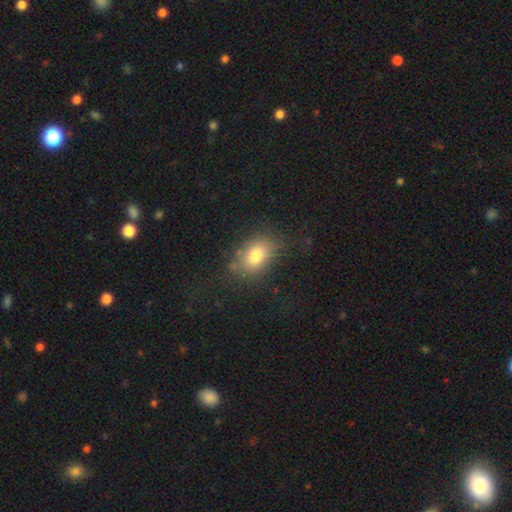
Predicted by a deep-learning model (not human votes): Smooth or featured?
  - smooth: 78% *
  - featured or disk: 12%
  - star or artifact: 10%
How rounded?
  - in between: 81% *
  - round: 18%
  - cigar-shaped: 1%
Merging?
  - none: 74% *
  - minor disturbance: 16%
  - major disturbance: 7%
  - merger: 2%